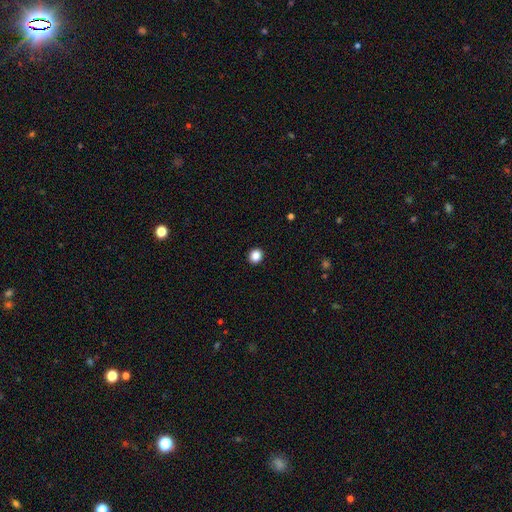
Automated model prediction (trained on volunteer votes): A smooth galaxy with no disk features (87%) that is round (83%).

Vote fractions:
- Smooth or featured? smooth: 87% / star or artifact: 10% / featured or disk: 3%
- How rounded? round: 83% / in between: 16% / cigar-shaped: 1%
- Merging? none: 93% / minor disturbance: 5% / major disturbance: 2% / merger: 1%